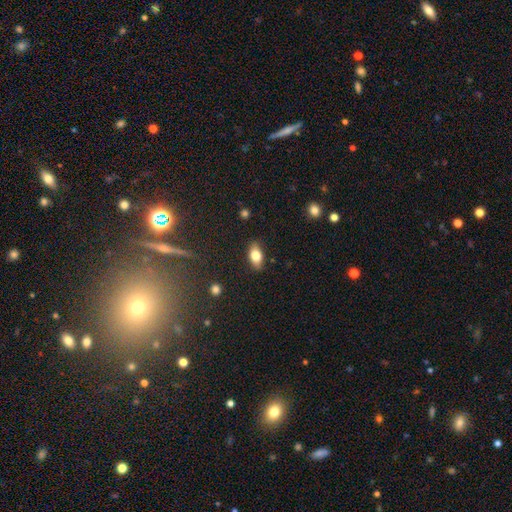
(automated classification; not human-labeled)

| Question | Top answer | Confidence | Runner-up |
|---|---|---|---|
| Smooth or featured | smooth | 77% | featured or disk (15%) |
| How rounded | in between | 88% | cigar-shaped (6%) |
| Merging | none | 86% | minor disturbance (11%) |